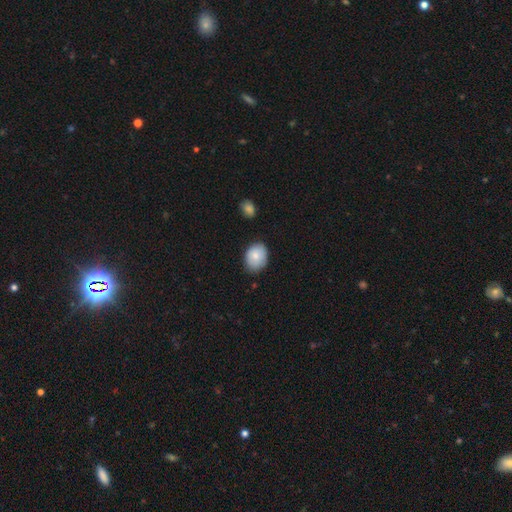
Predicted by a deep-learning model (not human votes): Smooth or featured?
  - smooth: 82% *
  - featured or disk: 11%
  - star or artifact: 7%
How rounded?
  - in between: 59% *
  - round: 40%
  - cigar-shaped: 1%
Merging?
  - none: 74% *
  - minor disturbance: 21%
  - major disturbance: 3%
  - merger: 2%